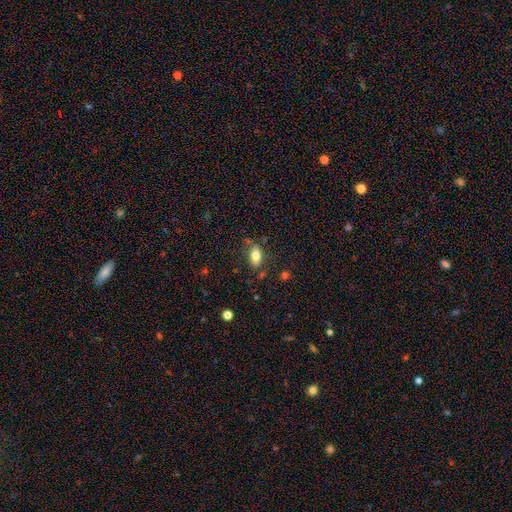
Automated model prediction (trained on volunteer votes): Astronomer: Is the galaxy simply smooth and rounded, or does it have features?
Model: smooth — 79%.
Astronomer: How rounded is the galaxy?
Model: in between — 88%.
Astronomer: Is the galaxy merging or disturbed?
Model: none — 72%.